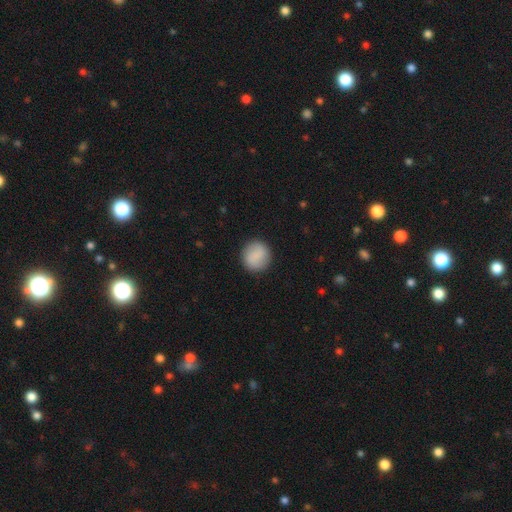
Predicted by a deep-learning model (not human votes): Smooth or featured: smooth — 83% (featured or disk — 11%)
How rounded: round — 91% (in between — 8%)
Merging: none — 89% (minor disturbance — 7%)